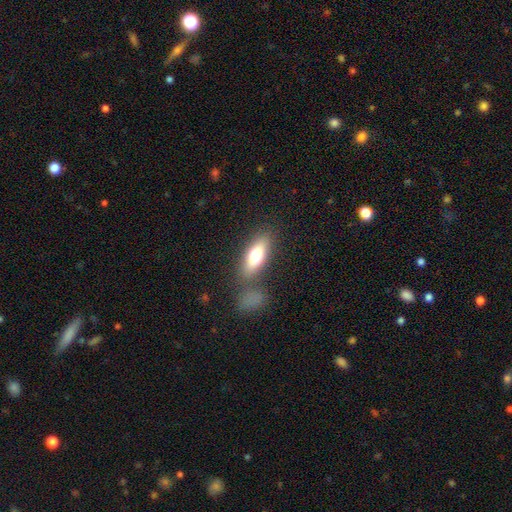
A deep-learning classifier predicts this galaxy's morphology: A smooth galaxy with no disk features (70%) that is in between round and cigar-shaped (67%).

Vote fractions:
- Smooth or featured? smooth: 70% / featured or disk: 22% / star or artifact: 7%
- How rounded? in between: 67% / cigar-shaped: 29% / round: 3%
- Merging? none: 71% / minor disturbance: 13% / merger: 11% / major disturbance: 5%